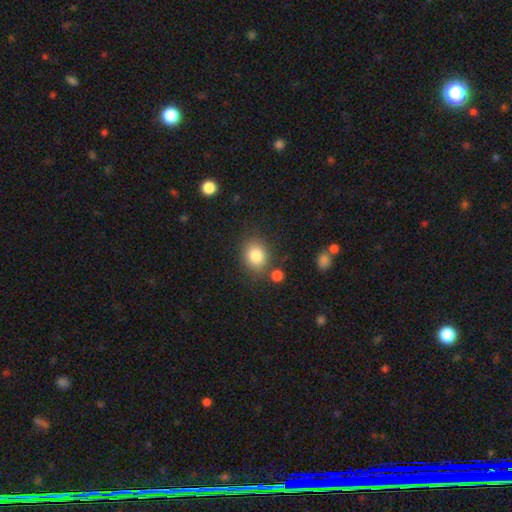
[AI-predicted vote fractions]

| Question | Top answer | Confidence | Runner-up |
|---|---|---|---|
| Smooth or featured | smooth | 82% | star or artifact (10%) |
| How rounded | round | 60% | in between (39%) |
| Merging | none | 78% | minor disturbance (12%) |